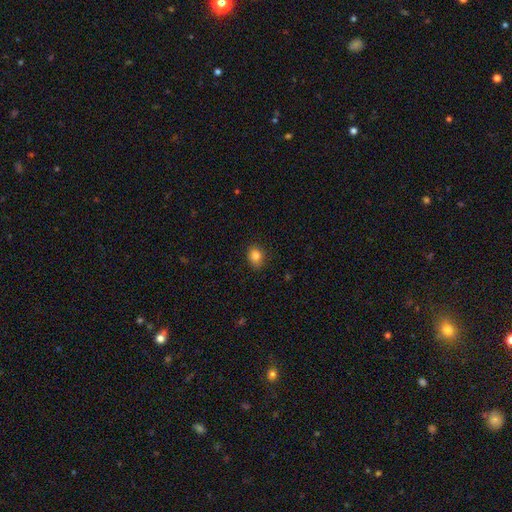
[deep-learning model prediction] Overall: smooth (83%). How rounded: round (55%; in between 44%). Merging: none (83%).